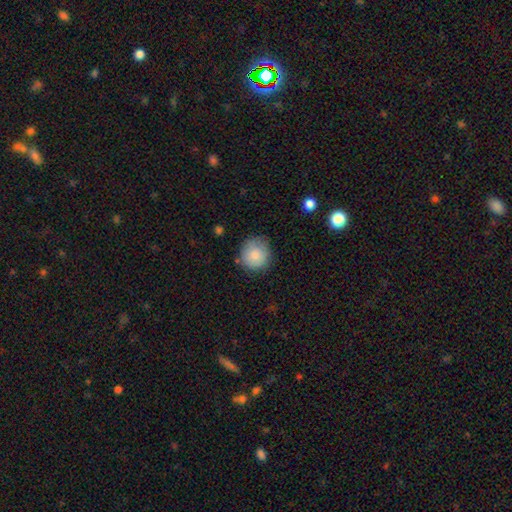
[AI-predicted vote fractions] A smooth galaxy with no disk features (84%) that is round (91%).

Vote fractions:
- Smooth or featured? smooth: 84% / featured or disk: 8% / star or artifact: 8%
- How rounded? round: 91% / in between: 8% / cigar-shaped: 1%
- Merging? none: 76% / minor disturbance: 18% / major disturbance: 4% / merger: 2%